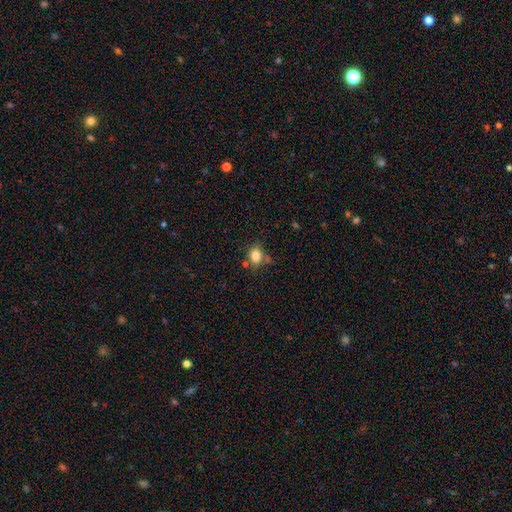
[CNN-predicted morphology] A smooth galaxy with no disk features (82%) that is in between round and cigar-shaped (63%).

Vote fractions:
- Smooth or featured? smooth: 82% / star or artifact: 10% / featured or disk: 8%
- How rounded? in between: 63% / round: 36% / cigar-shaped: 1%
- Merging? none: 63% / minor disturbance: 18% / merger: 13% / major disturbance: 6%